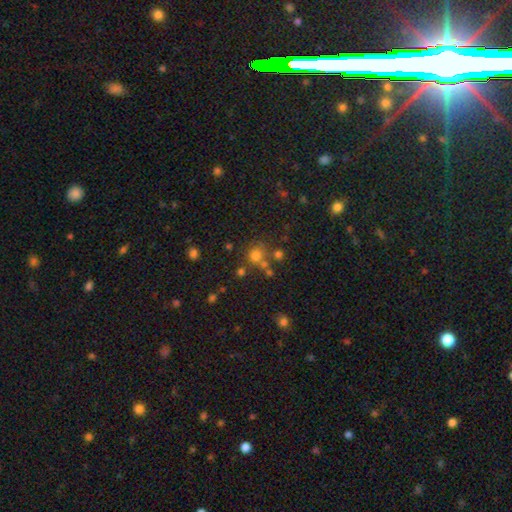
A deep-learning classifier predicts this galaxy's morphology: smooth-or-featured: smooth: 68% | star or artifact: 22% | featured or disk: 10%
  how-rounded: round: 87% | in between: 12% | cigar-shaped: 1%
  merging: none: 62% | merger: 21% | minor disturbance: 11% | major disturbance: 6%